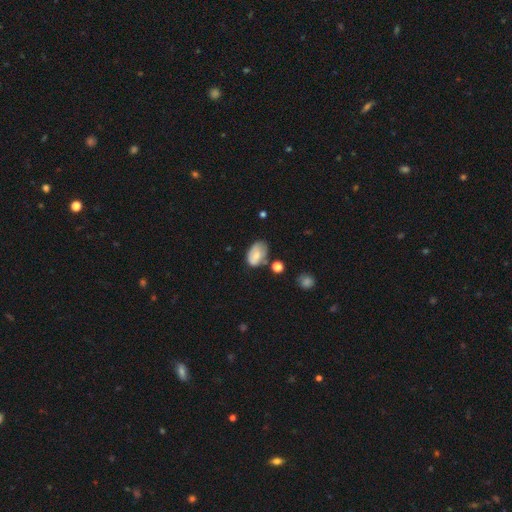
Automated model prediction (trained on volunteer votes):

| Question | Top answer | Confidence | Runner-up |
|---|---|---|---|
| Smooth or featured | smooth | 66% | featured or disk (26%) |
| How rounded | in between | 87% | round (11%) |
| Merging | none | 48% | minor disturbance (33%) |